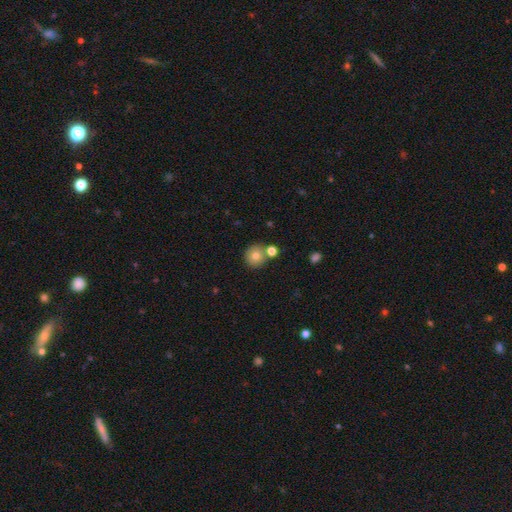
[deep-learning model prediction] smooth-or-featured: smooth: 77% | featured or disk: 12% | star or artifact: 12%
  how-rounded: round: 90% | in between: 9% | cigar-shaped: 1%
  merging: none: 69% | merger: 19% | minor disturbance: 9% | major disturbance: 3%